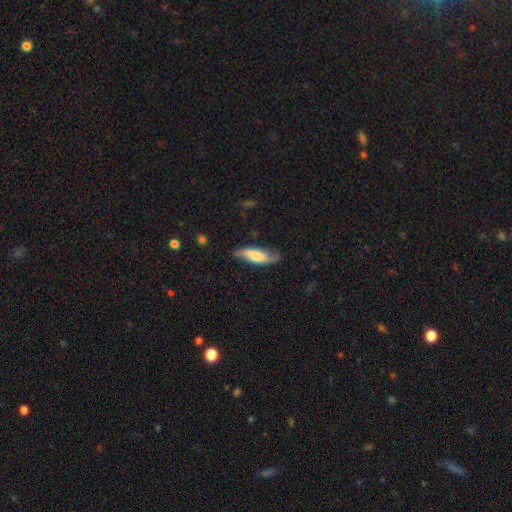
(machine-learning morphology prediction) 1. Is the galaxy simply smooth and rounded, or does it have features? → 53% smooth, 41% featured or disk, 7% star or artifact.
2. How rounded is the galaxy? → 50% cigar-shaped, 48% in between, 2% round.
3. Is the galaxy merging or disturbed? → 68% none, 24% minor disturbance, 6% major disturbance, 2% merger.